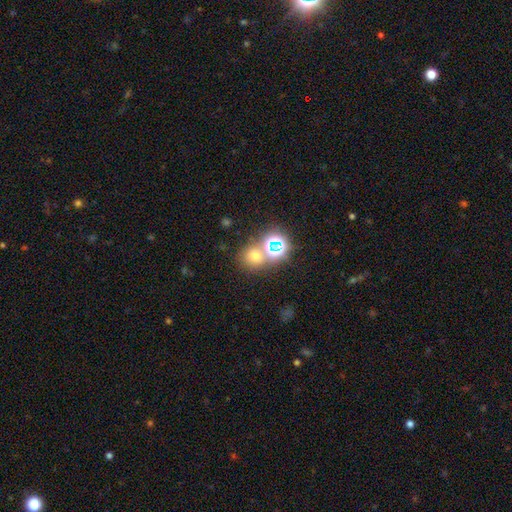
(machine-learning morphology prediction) This is possibly a smooth galaxy (56%). How rounded: likely round (78%). Merging: likely none (61%).